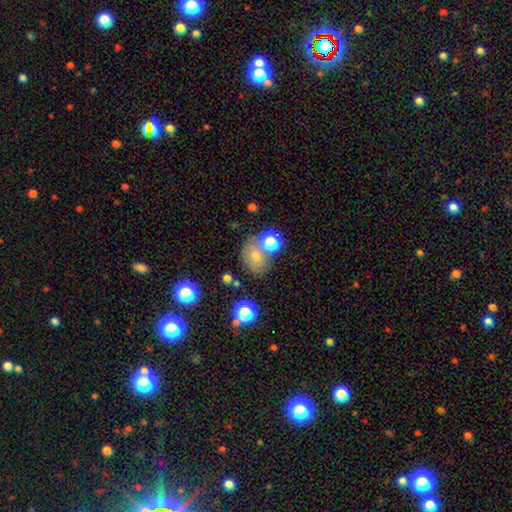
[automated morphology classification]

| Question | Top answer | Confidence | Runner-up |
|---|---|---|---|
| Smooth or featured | smooth | 67% | star or artifact (17%) |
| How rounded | round | 59% | in between (40%) |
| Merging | none | 56% | merger (24%) |